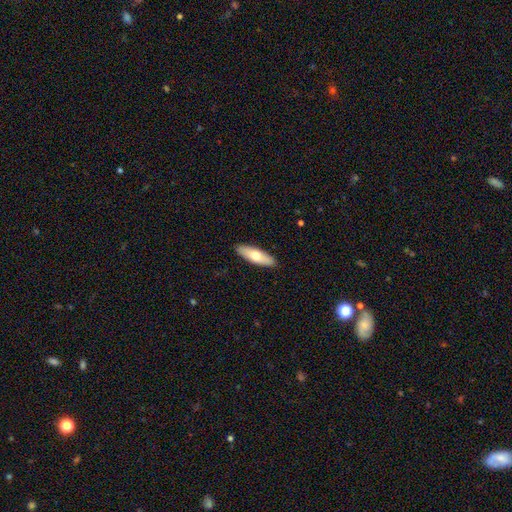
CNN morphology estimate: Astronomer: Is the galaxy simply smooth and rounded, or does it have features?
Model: smooth — 68%.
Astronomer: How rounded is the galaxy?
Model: in between — 52% (runner-up: cigar-shaped, 46%).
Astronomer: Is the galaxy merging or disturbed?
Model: none — 90%.